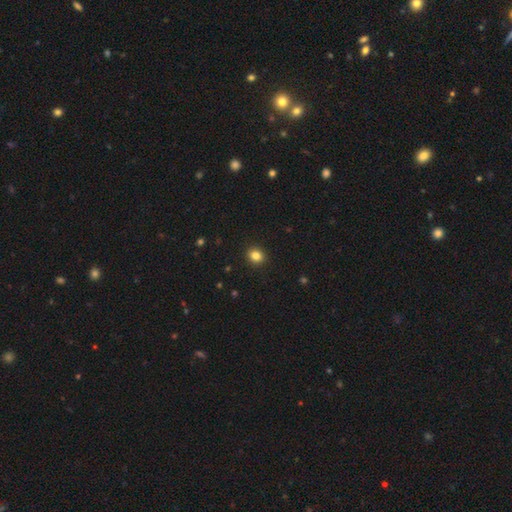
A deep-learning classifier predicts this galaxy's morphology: This is clearly a smooth galaxy (84%). How rounded: likely round (75%). Merging: clearly none (92%).